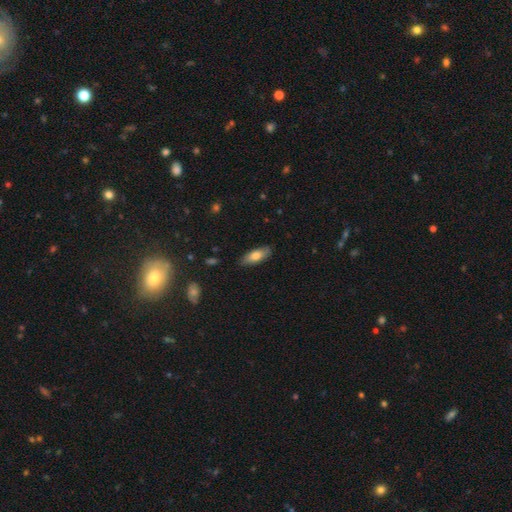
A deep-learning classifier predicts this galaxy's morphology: This appears to be a smooth galaxy with no disk features (75%) that is in between round and cigar-shaped (72%). Merging: none (85%).